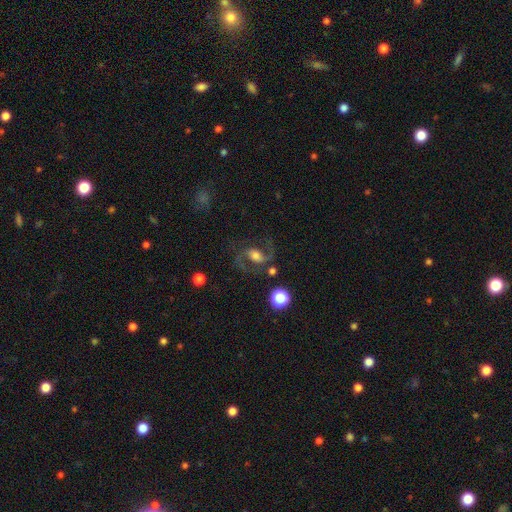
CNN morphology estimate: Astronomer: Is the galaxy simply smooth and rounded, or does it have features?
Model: featured or disk — 77%.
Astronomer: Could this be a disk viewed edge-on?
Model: no — 97%.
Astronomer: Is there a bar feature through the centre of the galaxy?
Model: weak — 44% (runner-up: no, 36%).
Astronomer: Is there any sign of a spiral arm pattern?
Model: yes — 95%.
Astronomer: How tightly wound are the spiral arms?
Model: medium — 51% (runner-up: loose, 41%).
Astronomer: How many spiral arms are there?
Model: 2 — 92%.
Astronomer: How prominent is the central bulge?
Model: moderate — 49%.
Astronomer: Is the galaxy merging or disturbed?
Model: none — 67%.